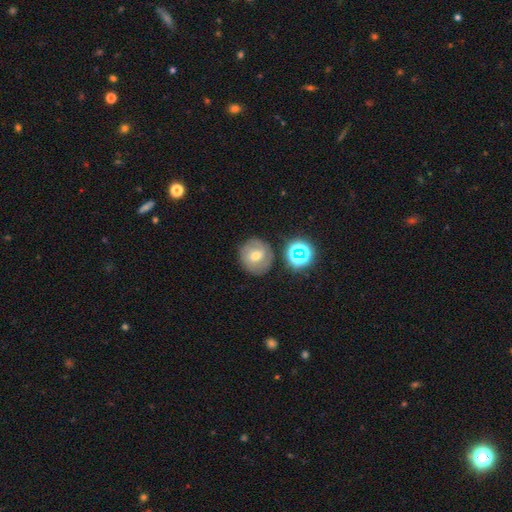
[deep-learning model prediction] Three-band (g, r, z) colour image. It shows a featured or disk galaxy (44%). Merging: none (77%).